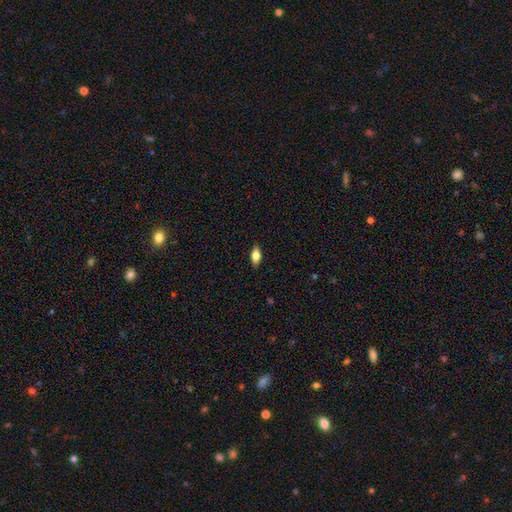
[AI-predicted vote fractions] A smooth galaxy with no disk features (71%) that is in between round and cigar-shaped (82%).

Vote fractions:
- Smooth or featured? smooth: 71% / featured or disk: 21% / star or artifact: 8%
- How rounded? in between: 82% / cigar-shaped: 14% / round: 4%
- Merging? none: 87% / minor disturbance: 10% / major disturbance: 2% / merger: 1%